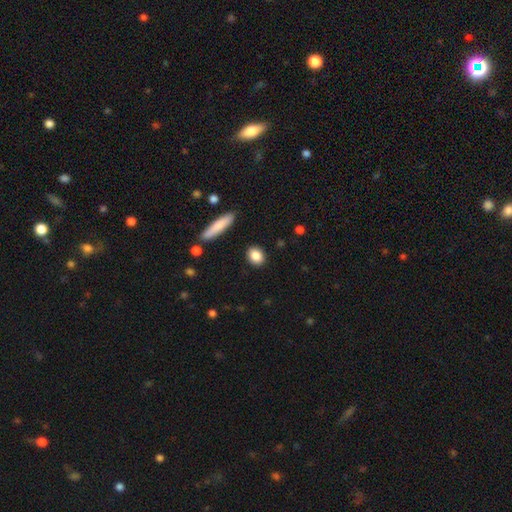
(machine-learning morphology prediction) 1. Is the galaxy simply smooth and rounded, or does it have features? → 86% smooth, 8% star or artifact, 6% featured or disk.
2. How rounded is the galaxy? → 53% in between, 43% round, 4% cigar-shaped.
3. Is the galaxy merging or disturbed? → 89% none, 7% minor disturbance, 2% major disturbance, 2% merger.